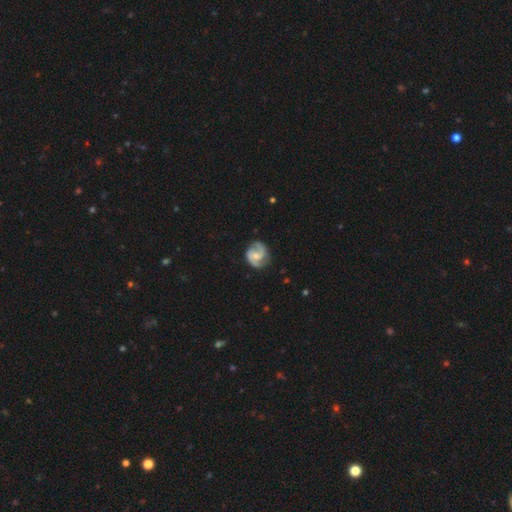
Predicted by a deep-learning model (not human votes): Smooth or featured: featured or disk — 79% (smooth — 16%)
Edge-on disk: no — 98% (yes — 2%)
Bar: weak — 45% (no — 44%)
Spiral arms: yes — 95% (no — 5%)
Spiral winding: medium — 50% (tight — 28%)
Spiral arm count: 2 — 86% (can't tell — 5%)
Bulge size: moderate — 43% (tied with small — 43%)
Merging: none — 72% (minor disturbance — 19%)